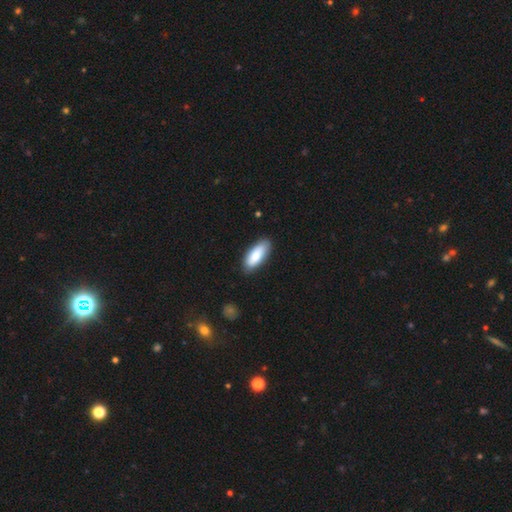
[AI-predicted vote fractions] Overall: smooth (83%). How rounded: in between (79%). Merging: none (85%).